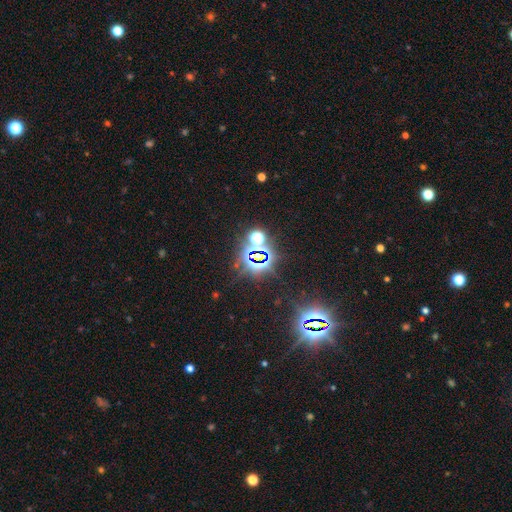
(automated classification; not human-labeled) A star or artifact, not a galaxy (81%).

Vote fractions:
- Smooth or featured? star or artifact: 81% / smooth: 12% / featured or disk: 7%